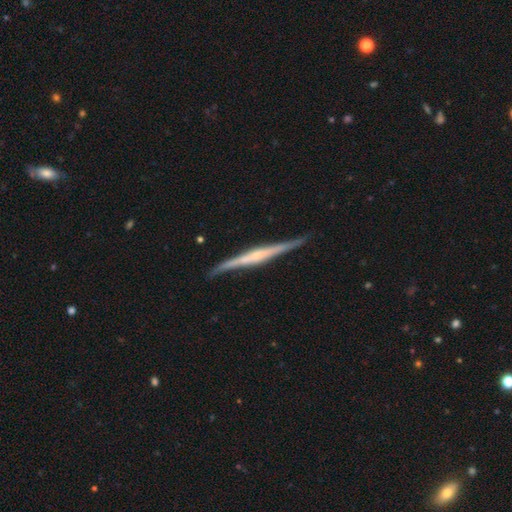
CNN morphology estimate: Overall: featured or disk (79%). Edge-on disk: yes (98%). Edge-on bulge: rounded (46%; none 28%). Merging: none (85%).